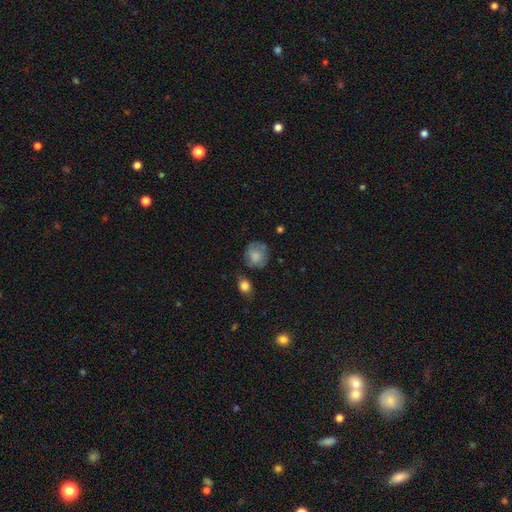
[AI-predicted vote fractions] The model was most divided on "merging": none: 59%, minor disturbance: 26%, major disturbance: 10%, merger: 5%. More confident: how rounded — round (79%); smooth or featured — smooth (74%).